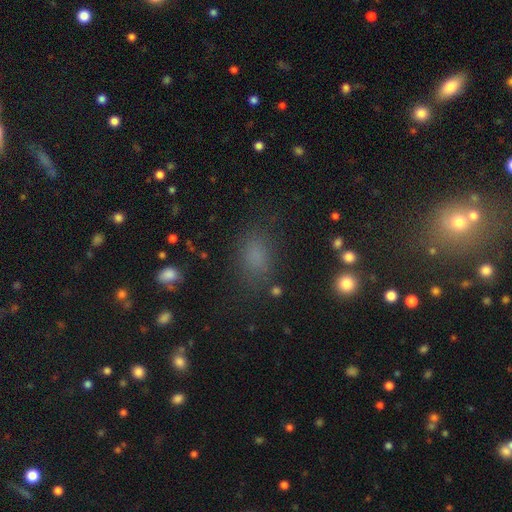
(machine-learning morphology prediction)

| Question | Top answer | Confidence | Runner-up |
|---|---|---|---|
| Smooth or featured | smooth | 75% | star or artifact (18%) |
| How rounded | in between | 82% | round (15%) |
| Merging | none | 74% | minor disturbance (15%) |